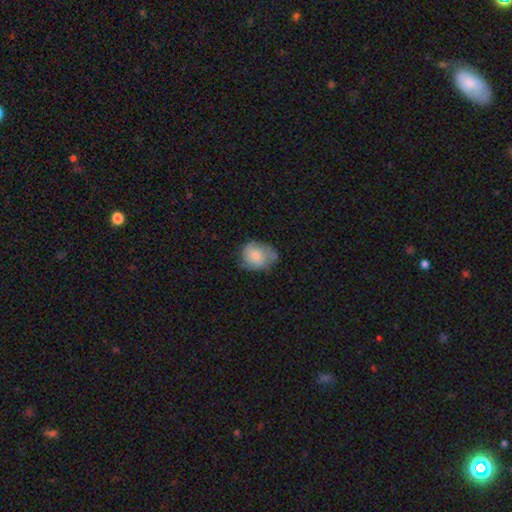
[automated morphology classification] Q: Smooth or featured?
A: smooth (56%); runner-up: featured or disk (36%)
Q: How rounded?
A: round (54%); runner-up: in between (45%)
Q: Merging?
A: none (54%); runner-up: minor disturbance (33%)